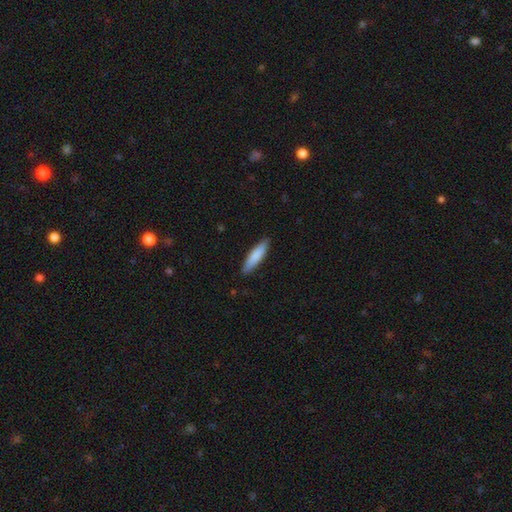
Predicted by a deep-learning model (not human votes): A smooth galaxy with no disk features (84%) that is cigar-shaped (76%). Merging: none (88%).